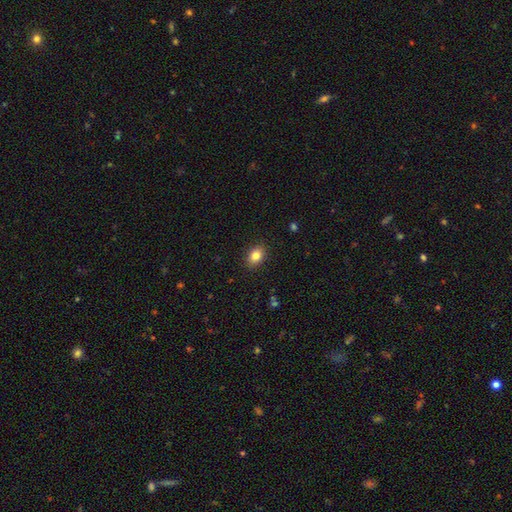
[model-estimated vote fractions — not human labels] Smooth or featured? smooth (83%)
How rounded? in between (68%)
Merging? none (89%)